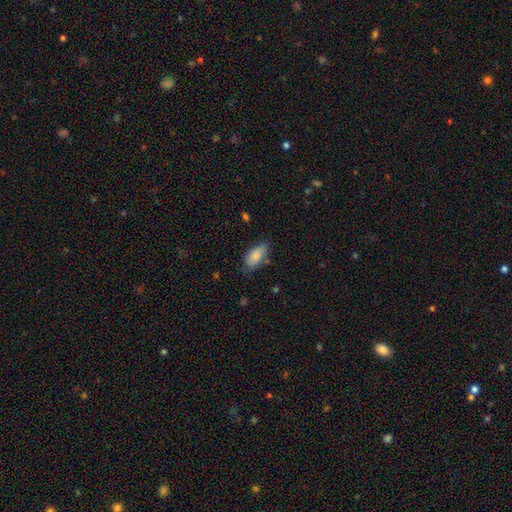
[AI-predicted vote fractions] Smooth or featured: smooth — 83% (featured or disk — 10%)
How rounded: in between — 91% (cigar-shaped — 7%)
Merging: none — 70% (minor disturbance — 24%)